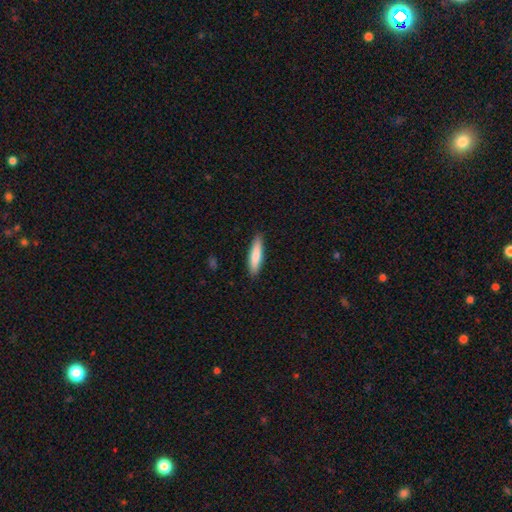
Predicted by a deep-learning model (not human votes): smooth_or_featured: smooth (p=0.79) [alt: featured or disk p=0.16]
how_rounded: cigar-shaped (p=0.77) [alt: in between p=0.22]
merging: none (p=0.90) [alt: minor disturbance p=0.08]